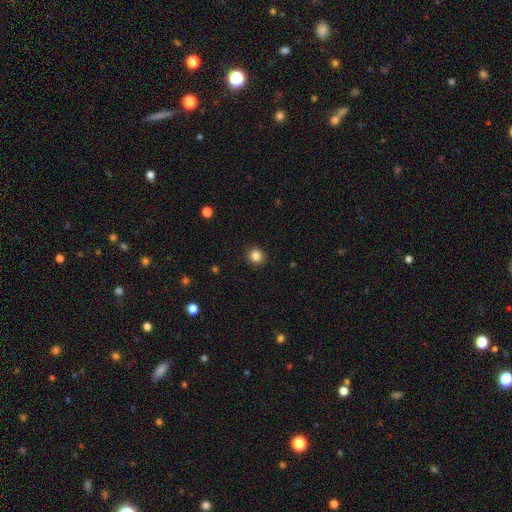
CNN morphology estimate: type=smooth (85%); roundness=round (90%); merging=none (90%).